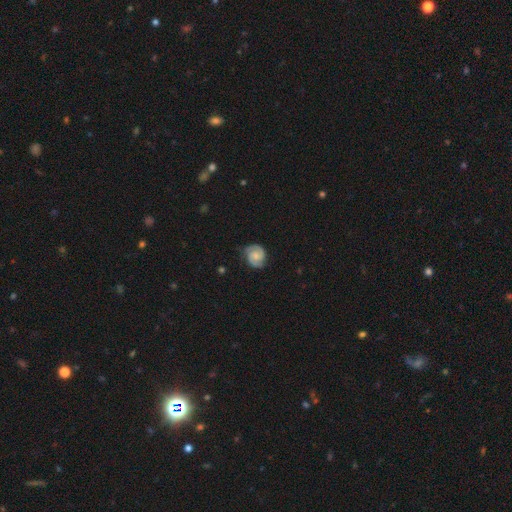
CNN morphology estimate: A featured or disk galaxy (84%) with no bar (57%), 2 (91%) tight (54%) spiral arms (98%) and a small central bulge (40%). Merging: none (81%).